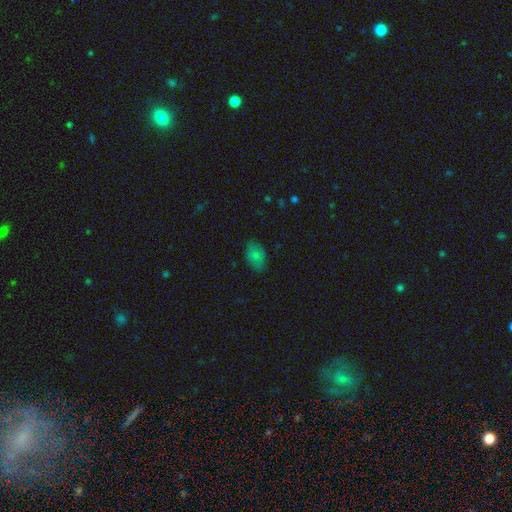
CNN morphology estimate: smooth_or_featured: smooth (p=0.79) [alt: star or artifact p=0.11]
how_rounded: in between (p=0.89) [alt: round p=0.10]
merging: none (p=0.76) [alt: minor disturbance p=0.19]